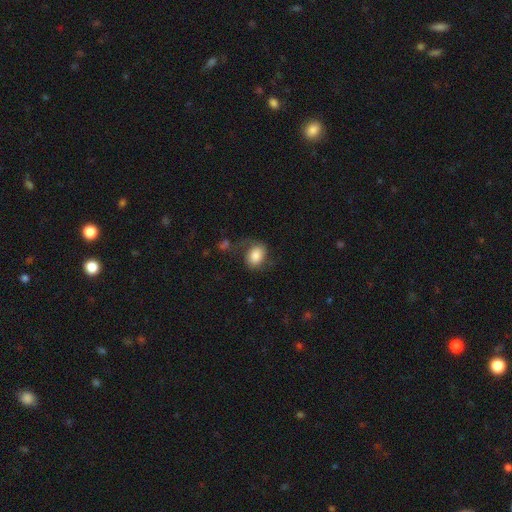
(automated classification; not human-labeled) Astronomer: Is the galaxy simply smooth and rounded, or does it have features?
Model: smooth — 74%.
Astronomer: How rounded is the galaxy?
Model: in between — 69%.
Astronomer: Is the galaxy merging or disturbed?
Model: none — 53%.